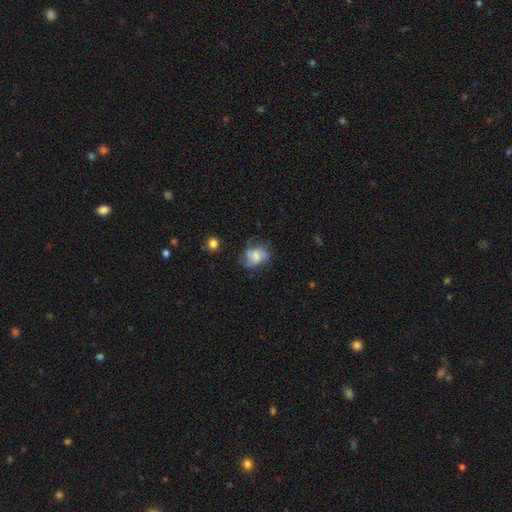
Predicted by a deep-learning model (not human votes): smooth 49%, featured or disk 41%, star or artifact 10%. Down the decision tree: merging — none (53%).